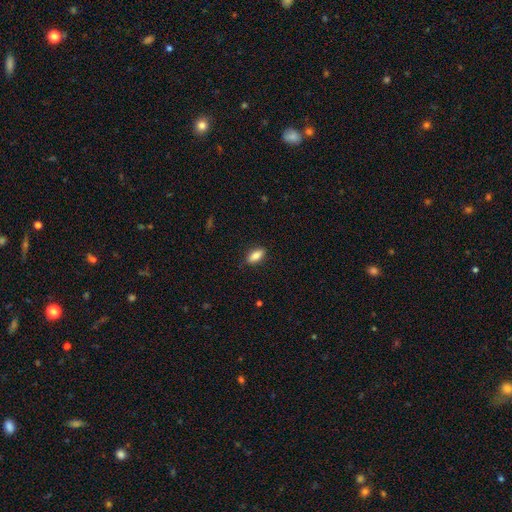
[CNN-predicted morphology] smooth_or_featured: smooth (p=0.84) [alt: featured or disk p=0.09]
how_rounded: in between (p=0.86) [alt: cigar-shaped p=0.10]
merging: none (p=0.86) [alt: minor disturbance p=0.11]